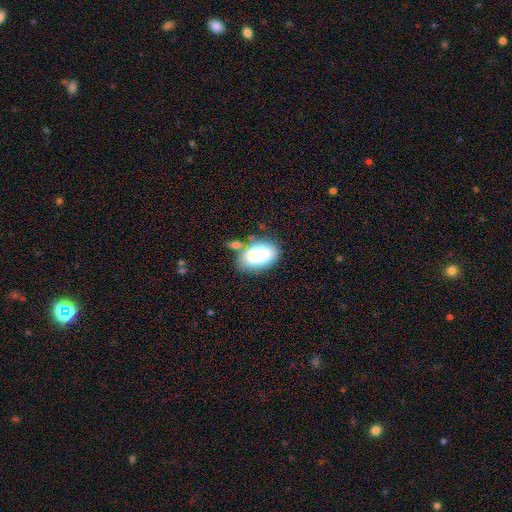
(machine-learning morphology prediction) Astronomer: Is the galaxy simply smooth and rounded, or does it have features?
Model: smooth — 80%.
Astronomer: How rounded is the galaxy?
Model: in between — 92%.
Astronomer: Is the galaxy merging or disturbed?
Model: none — 53%.